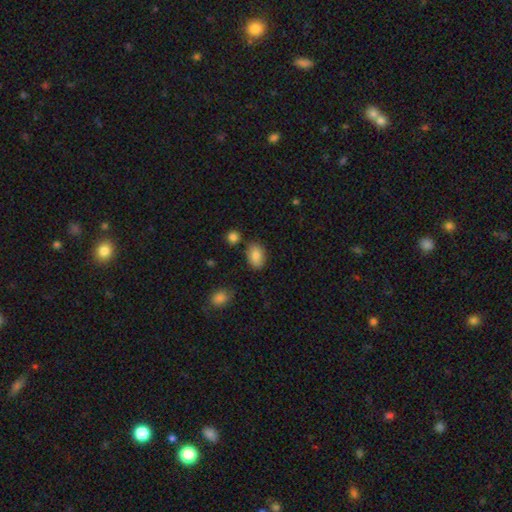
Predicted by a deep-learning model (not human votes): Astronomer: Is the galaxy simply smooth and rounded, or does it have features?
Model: smooth — 86%.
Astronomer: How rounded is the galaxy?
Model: in between — 86%.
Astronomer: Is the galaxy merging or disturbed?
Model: none — 79%.